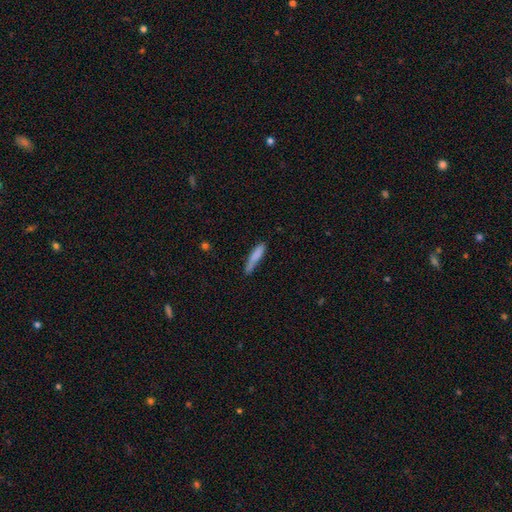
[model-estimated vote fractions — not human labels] Smooth or featured? smooth (81%)
How rounded? cigar-shaped (87%)
Merging? none (64%)